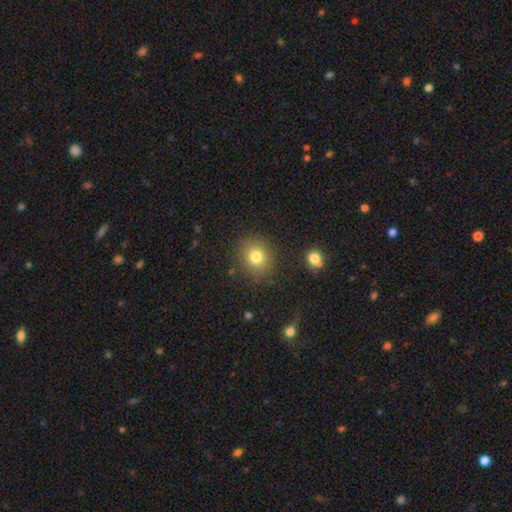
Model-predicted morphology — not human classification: Overall: smooth (79%). How rounded: round (80%). Merging: none (86%).